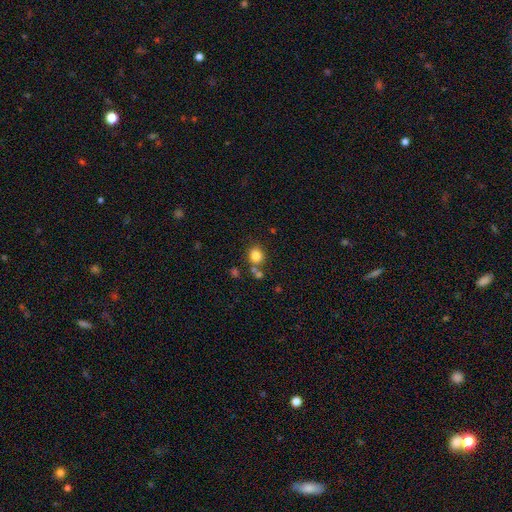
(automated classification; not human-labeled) Morphology: type=smooth (82%); roundness=round (80%); merging=none (68%).